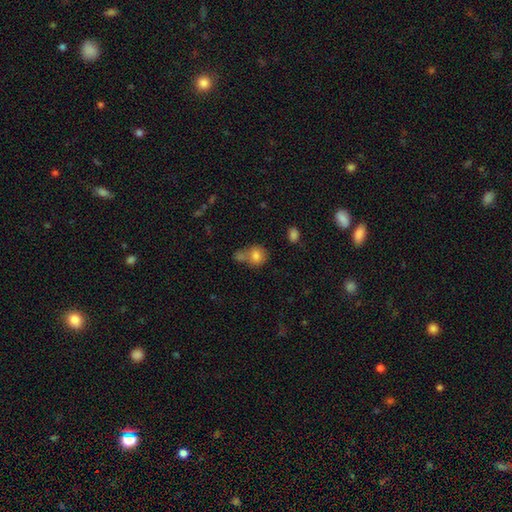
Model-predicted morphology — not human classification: Overall: smooth (74%). How rounded: round (69%; in between 29%). Merging: none (48%; merger 34%).